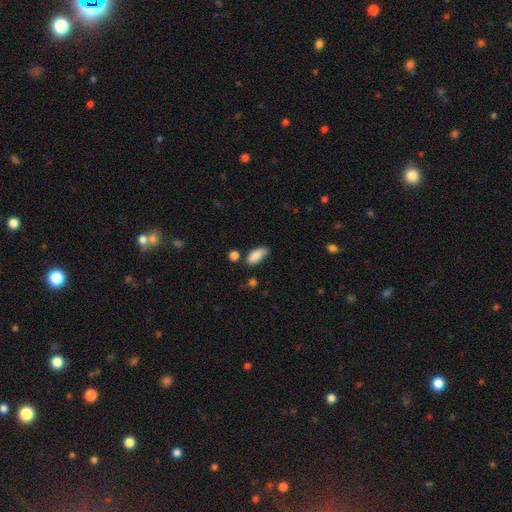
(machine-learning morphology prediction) Smooth or featured?
  - smooth: 86% *
  - star or artifact: 7%
  - featured or disk: 7%
How rounded?
  - in between: 85% *
  - cigar-shaped: 12%
  - round: 3%
Merging?
  - none: 57% *
  - minor disturbance: 30%
  - major disturbance: 7%
  - merger: 6%